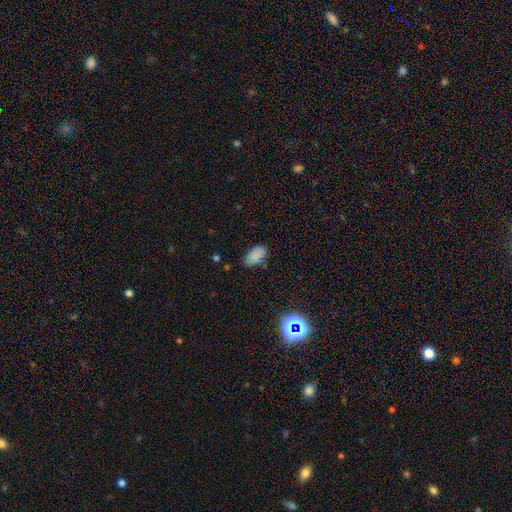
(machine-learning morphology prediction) Smooth or featured? smooth (75%)
How rounded? in between (93%)
Merging? none (70%)